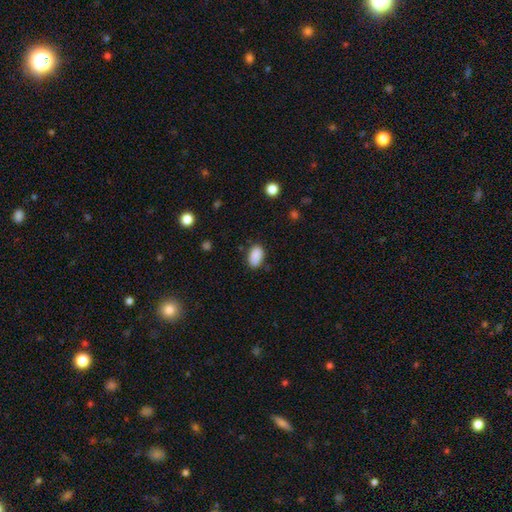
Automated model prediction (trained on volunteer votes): This appears to be a smooth galaxy with no disk features (89%) that is in between round and cigar-shaped (91%). Merging: none (81%).